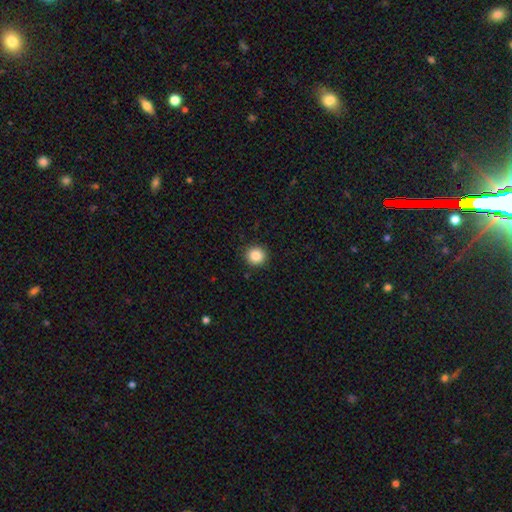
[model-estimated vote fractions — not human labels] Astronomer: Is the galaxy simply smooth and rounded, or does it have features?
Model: smooth — 87%.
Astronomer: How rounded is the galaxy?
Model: round — 93%.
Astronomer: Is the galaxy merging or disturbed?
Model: none — 91%.